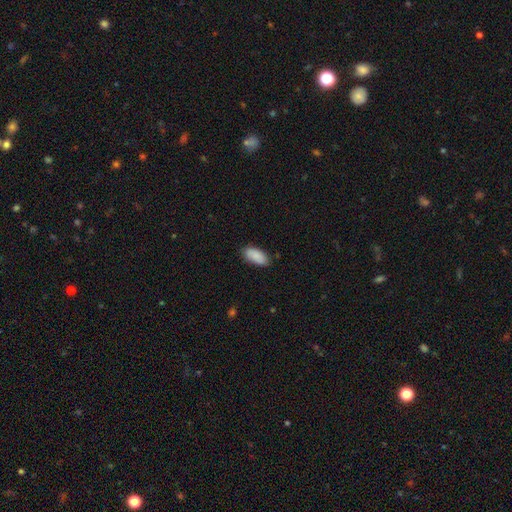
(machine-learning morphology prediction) A smooth galaxy with no disk features (89%) that is in between round and cigar-shaped (90%). Merging: none (82%).